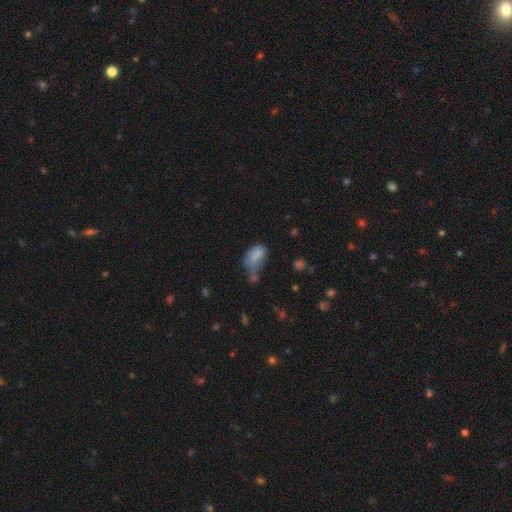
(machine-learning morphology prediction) smooth-or-featured: smooth: 75% | featured or disk: 13% | star or artifact: 11%
  how-rounded: in between: 90% | round: 7% | cigar-shaped: 3%
  merging: minor disturbance: 31% | major disturbance: 29% | none: 25% | merger: 15%